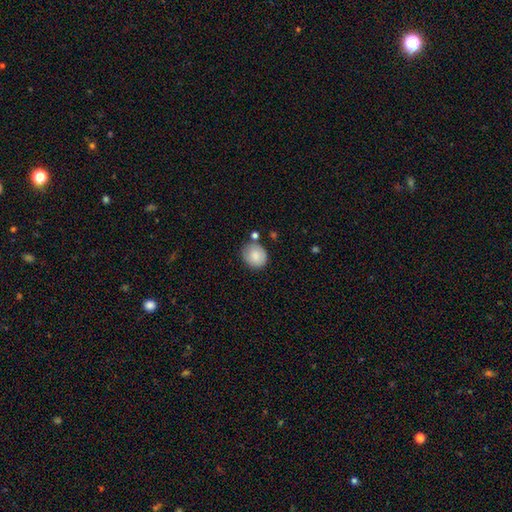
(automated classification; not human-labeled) Smooth or featured: smooth — 84% (featured or disk — 8%)
How rounded: round — 77% (in between — 22%)
Merging: none — 73% (minor disturbance — 15%)